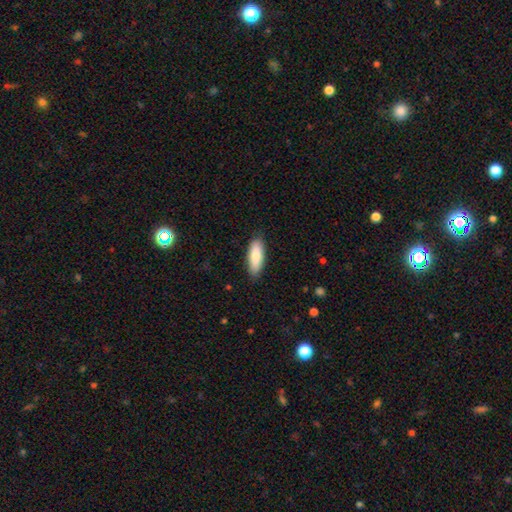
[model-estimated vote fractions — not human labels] Morphology: type=smooth (82%); roundness=in between (63%); merging=none (86%).